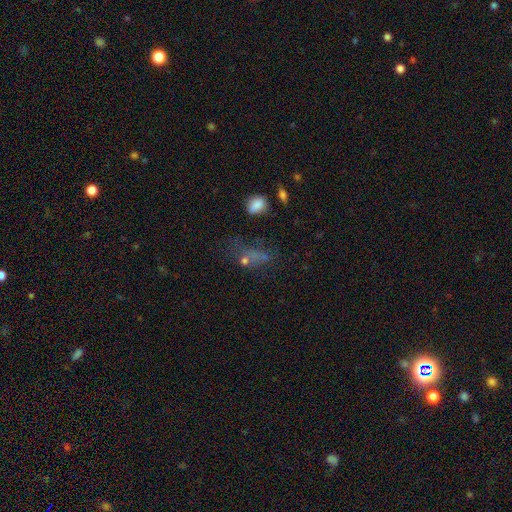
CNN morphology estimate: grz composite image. It shows a smooth galaxy with no disk features (48%). Merging: none (36%).